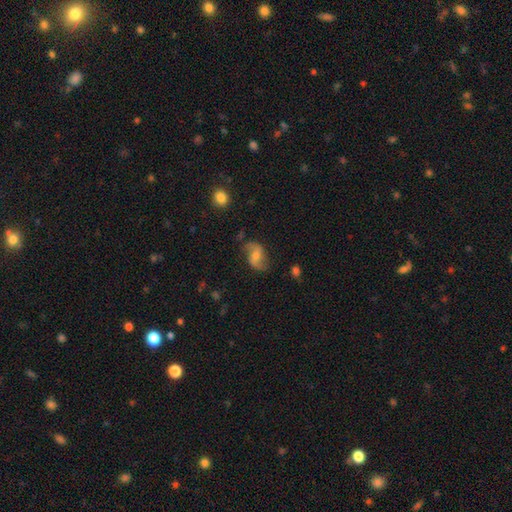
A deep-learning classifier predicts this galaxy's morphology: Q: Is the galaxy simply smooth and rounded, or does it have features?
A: featured or disk — 69%.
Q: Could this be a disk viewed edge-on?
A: no — 97%.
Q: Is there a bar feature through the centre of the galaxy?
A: weak — 47%.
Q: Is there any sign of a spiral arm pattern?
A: yes — 90%.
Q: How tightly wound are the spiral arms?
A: loose — 72%.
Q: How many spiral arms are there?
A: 2 — 91%.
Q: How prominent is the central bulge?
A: moderate — 42%.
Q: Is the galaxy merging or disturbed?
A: none — 68%.